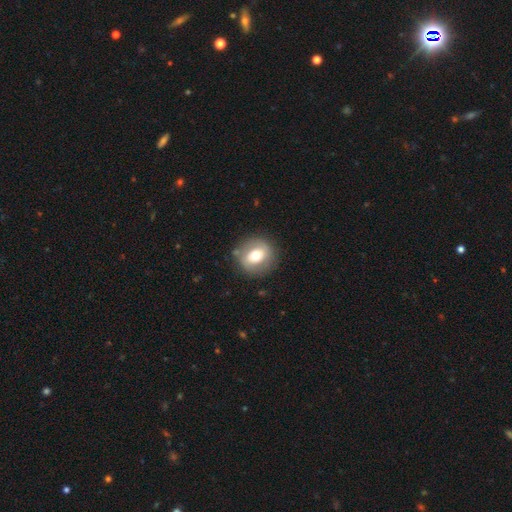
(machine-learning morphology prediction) Smooth or featured? Predicted: smooth (p=0.58). How rounded? Predicted: round (p=0.84). Merging? Predicted: none (p=0.82).